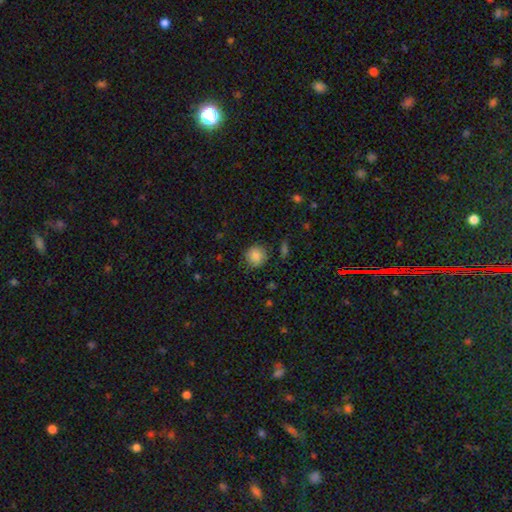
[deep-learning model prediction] Morphology: type=smooth (83%); roundness=round (89%); merging=none (79%).